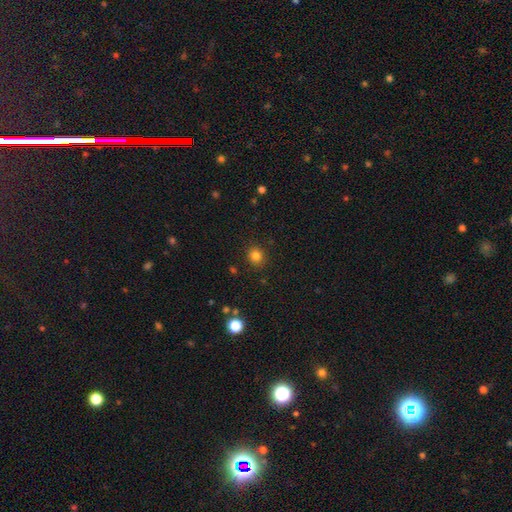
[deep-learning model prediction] Smooth or featured: smooth — 82% (star or artifact — 13%)
How rounded: round — 87% (in between — 12%)
Merging: none — 89% (minor disturbance — 7%)